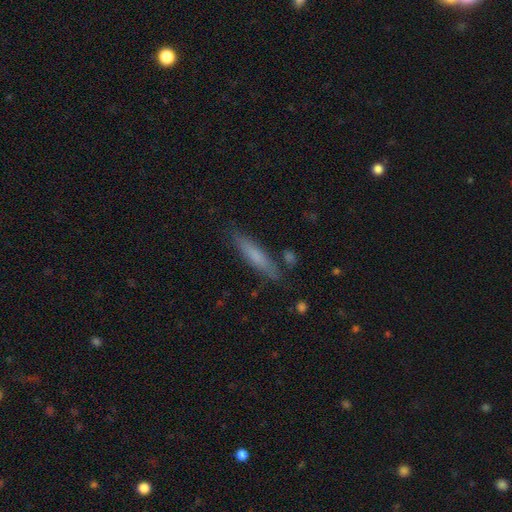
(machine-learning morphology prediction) The model was most divided on "smooth or featured": smooth: 67%, featured or disk: 26%, star or artifact: 7%. More confident: how rounded — cigar-shaped (88%); merging — none (83%).